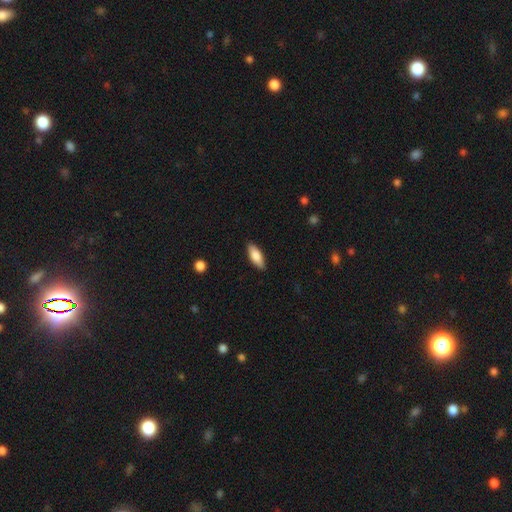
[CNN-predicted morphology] Smooth or featured: smooth — 81% (featured or disk — 14%)
How rounded: in between — 72% (cigar-shaped — 26%)
Merging: none — 88% (minor disturbance — 9%)